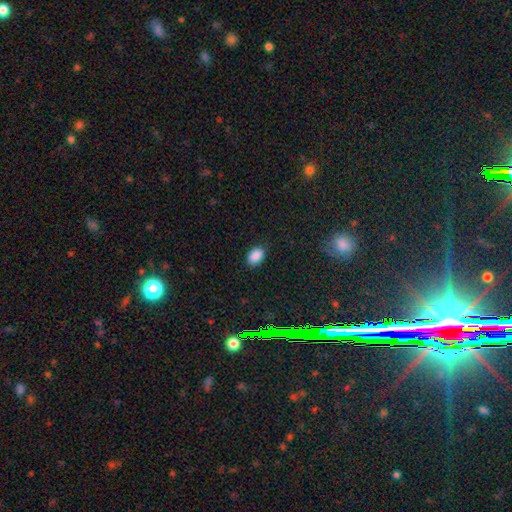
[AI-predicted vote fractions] Overall: smooth (87%). How rounded: in between (85%). Merging: none (86%).